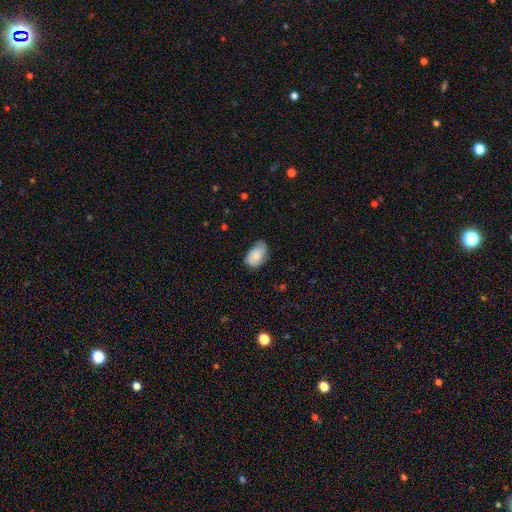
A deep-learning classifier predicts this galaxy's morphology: Smooth or featured? Predicted: smooth (p=0.74). How rounded? Predicted: in between (p=0.91). Merging? Predicted: none (p=0.63).